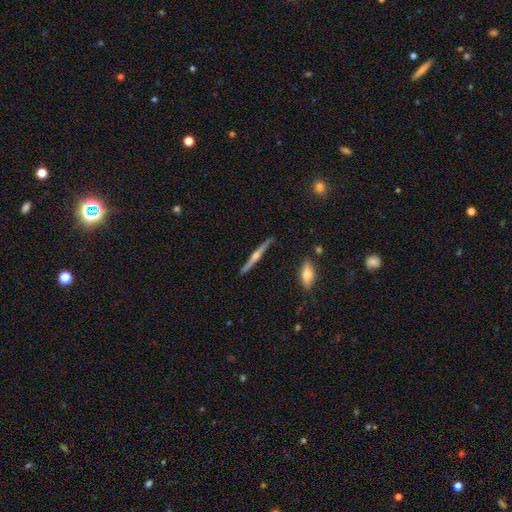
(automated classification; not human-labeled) This is likely a featured or disk galaxy (75%). It is clearly viewed edge-on (98%). Edge-on bulge: clearly rounded (88%). Merging: clearly none (89%).